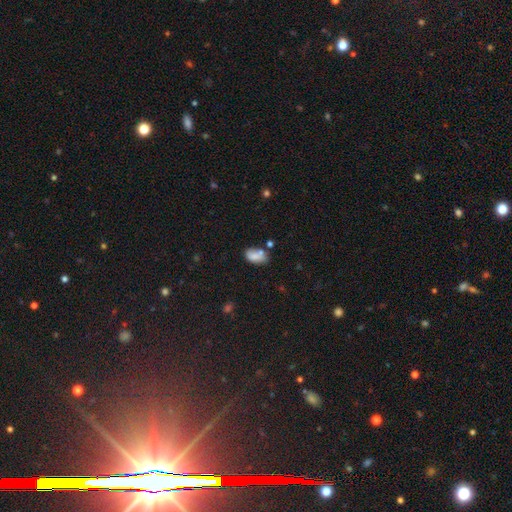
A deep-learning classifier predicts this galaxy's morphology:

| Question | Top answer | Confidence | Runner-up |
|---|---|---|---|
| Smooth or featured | smooth | 77% | featured or disk (13%) |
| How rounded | in between | 90% | round (8%) |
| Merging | none | 51% | minor disturbance (23%) |